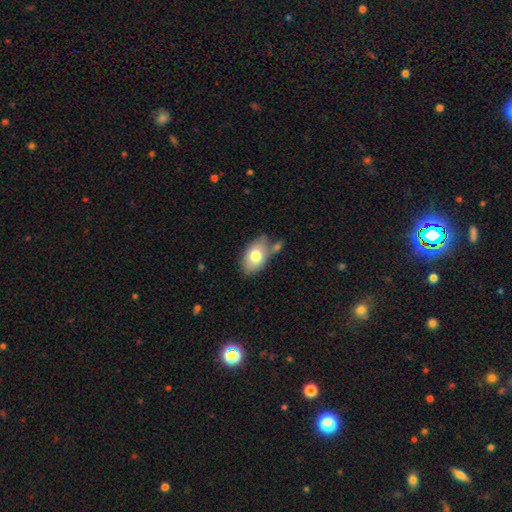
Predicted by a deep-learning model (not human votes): A smooth galaxy with no disk features (73%) that is in between round and cigar-shaped (90%).

Vote fractions:
- Smooth or featured? smooth: 73% / featured or disk: 20% / star or artifact: 7%
- How rounded? in between: 90% / round: 9% / cigar-shaped: 1%
- Merging? none: 55% / minor disturbance: 20% / merger: 18% / major disturbance: 6%